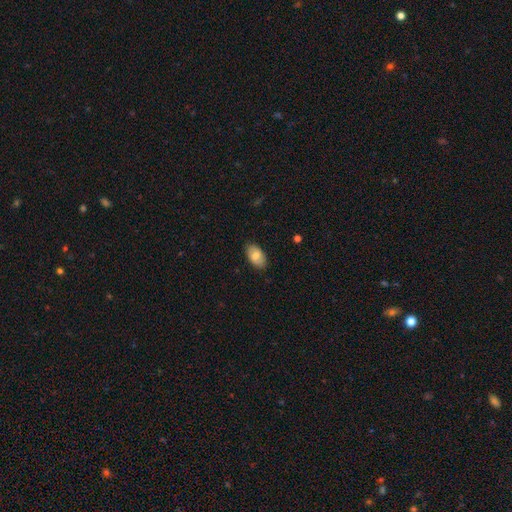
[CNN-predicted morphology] smooth_or_featured: smooth (p=0.74) [alt: featured or disk p=0.20]
how_rounded: in between (p=0.94) [alt: round p=0.05]
merging: none (p=0.86) [alt: minor disturbance p=0.11]